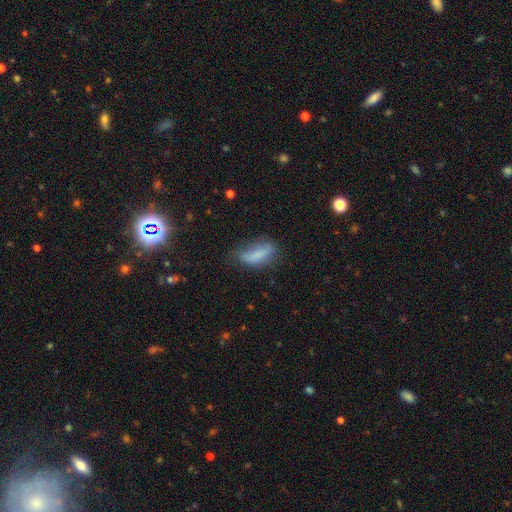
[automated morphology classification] This appears to be a smooth galaxy with no disk features (76%) that is in between round and cigar-shaped (67%). Merging: none (42%).